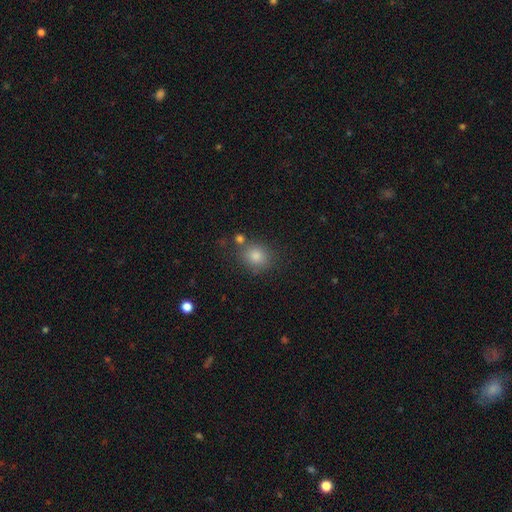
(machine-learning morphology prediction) Q: Smooth or featured?
A: smooth (80%); runner-up: star or artifact (13%)
Q: How rounded?
A: round (72%); runner-up: in between (27%)
Q: Merging?
A: none (73%); runner-up: minor disturbance (12%)